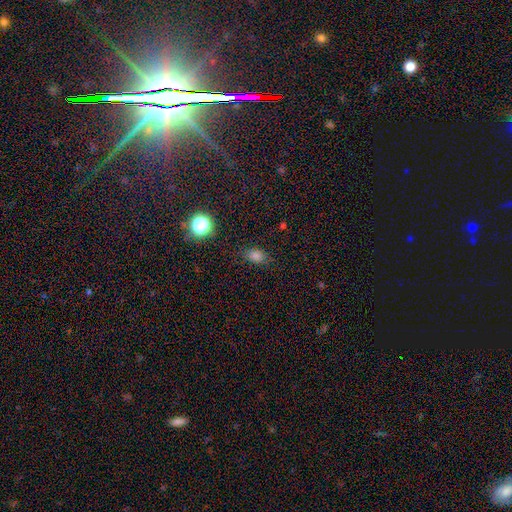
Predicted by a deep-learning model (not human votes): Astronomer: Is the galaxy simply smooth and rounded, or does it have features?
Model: smooth — 77%.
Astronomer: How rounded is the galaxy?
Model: in between — 71%.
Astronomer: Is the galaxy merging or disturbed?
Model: none — 79%.